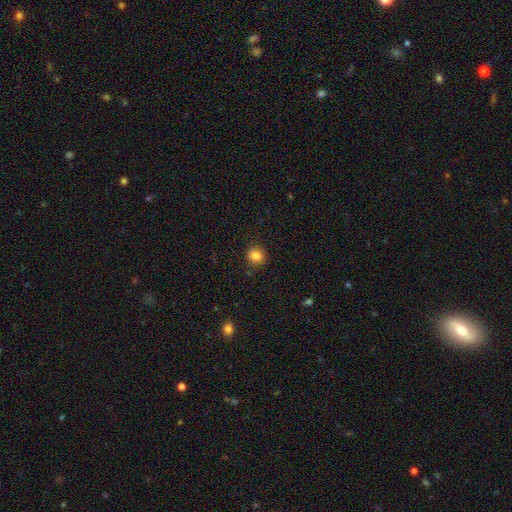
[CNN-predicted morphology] smooth_or_featured: smooth (p=0.84) [alt: star or artifact p=0.11]
how_rounded: round (p=0.76) [alt: in between p=0.23]
merging: none (p=0.87) [alt: minor disturbance p=0.09]